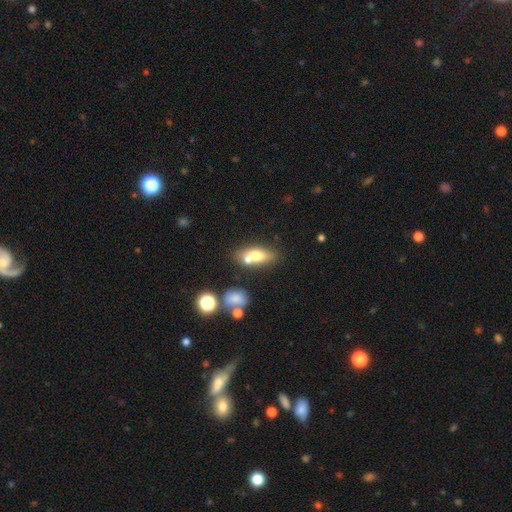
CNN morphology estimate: smooth-or-featured: smooth: 66% | featured or disk: 24% | star or artifact: 9%
  how-rounded: in between: 74% | cigar-shaped: 16% | round: 10%
  merging: none: 49% | merger: 33% | minor disturbance: 13% | major disturbance: 5%